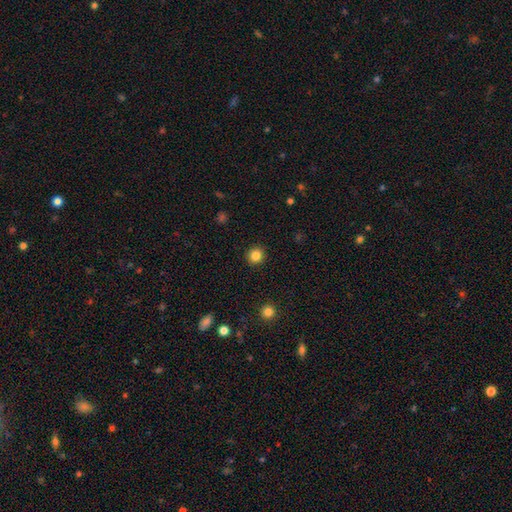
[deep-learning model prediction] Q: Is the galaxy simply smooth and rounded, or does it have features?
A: smooth — 83%.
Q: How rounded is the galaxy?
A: round — 92%.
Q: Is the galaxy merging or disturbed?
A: none — 92%.